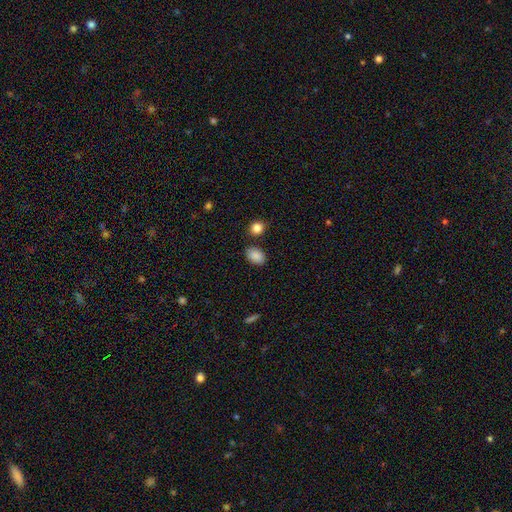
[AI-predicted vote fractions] smooth 87%, star or artifact 8%, featured or disk 4%. Down the decision tree: how rounded — in between (79%); merging — none (79%).